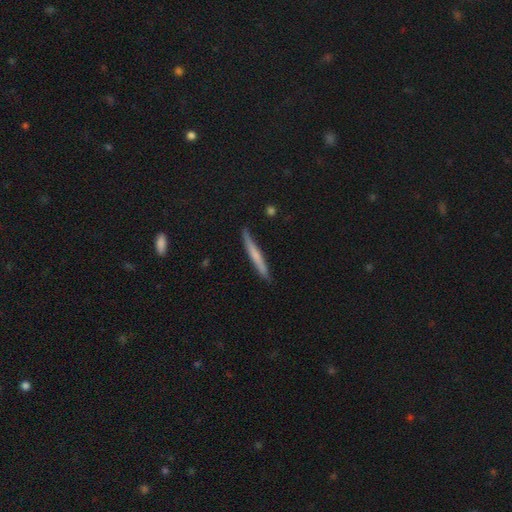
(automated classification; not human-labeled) Smooth or featured? smooth (56%)
How rounded? cigar-shaped (96%)
Merging? none (85%)